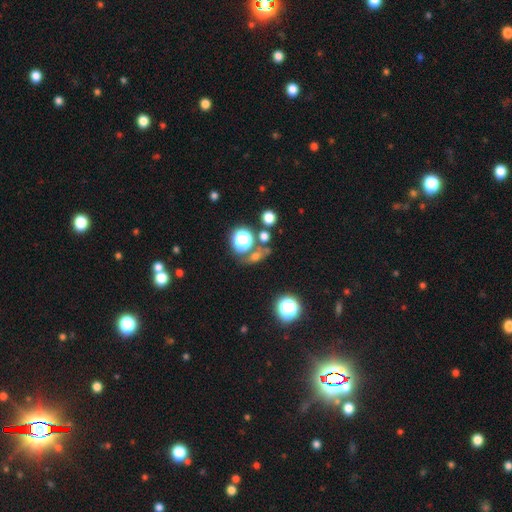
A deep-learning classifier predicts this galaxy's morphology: Smooth or featured? Predicted: smooth (p=0.52). How rounded? Predicted: round (p=0.48). Merging? Predicted: none (p=0.61).